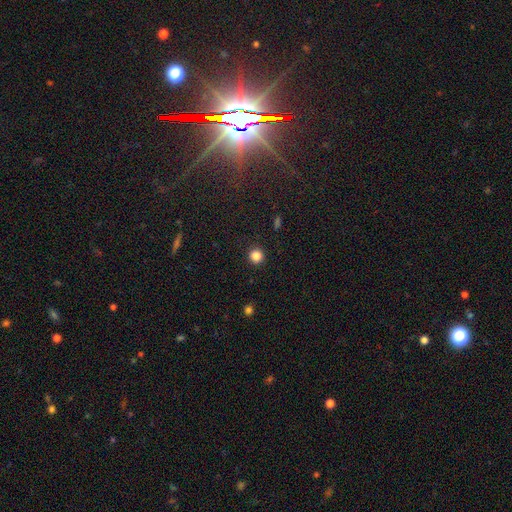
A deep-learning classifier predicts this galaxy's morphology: Smooth or featured: smooth — 85% (star or artifact — 12%)
How rounded: round — 94% (in between — 5%)
Merging: none — 92% (minor disturbance — 5%)